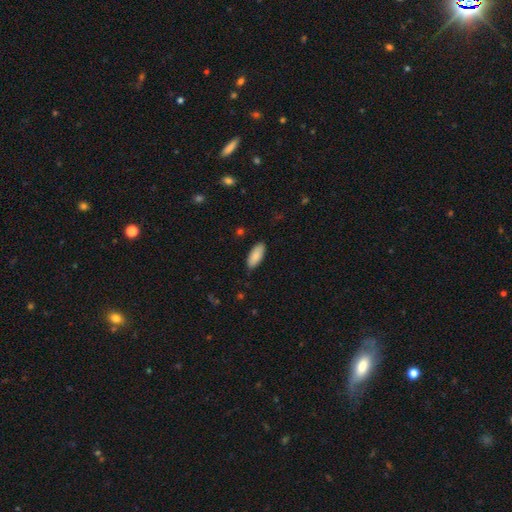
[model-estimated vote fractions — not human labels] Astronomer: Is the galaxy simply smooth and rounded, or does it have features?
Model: smooth — 88%.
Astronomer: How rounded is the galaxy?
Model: in between — 82%.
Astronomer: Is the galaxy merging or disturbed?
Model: none — 87%.